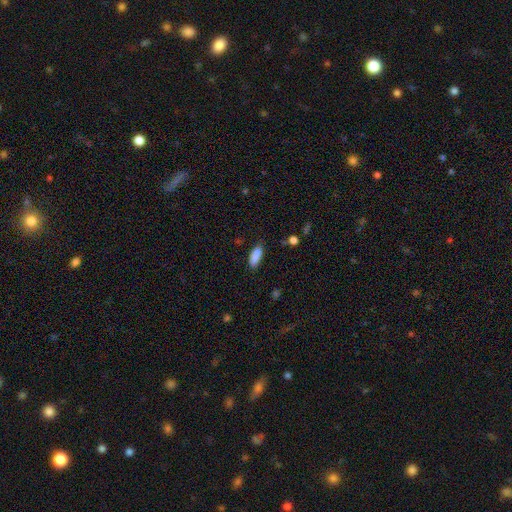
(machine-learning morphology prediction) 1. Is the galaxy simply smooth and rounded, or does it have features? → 88% smooth, 7% star or artifact, 5% featured or disk.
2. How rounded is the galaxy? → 70% in between, 28% cigar-shaped, 2% round.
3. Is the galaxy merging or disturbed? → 78% none, 16% minor disturbance, 3% major disturbance, 3% merger.